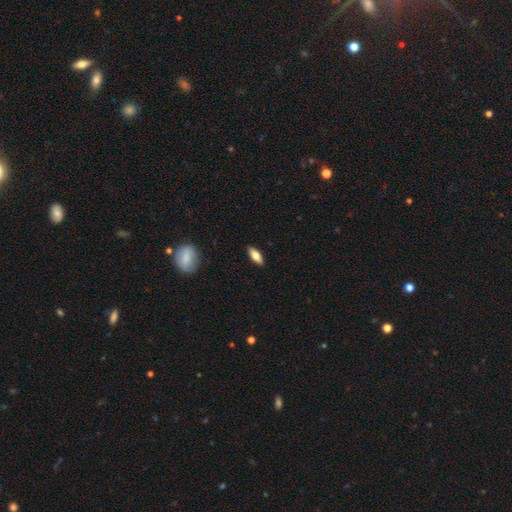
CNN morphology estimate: smooth_or_featured: smooth (p=0.72) [alt: featured or disk p=0.21]
how_rounded: in between (p=0.71) [alt: cigar-shaped p=0.27]
merging: none (p=0.89) [alt: minor disturbance p=0.08]